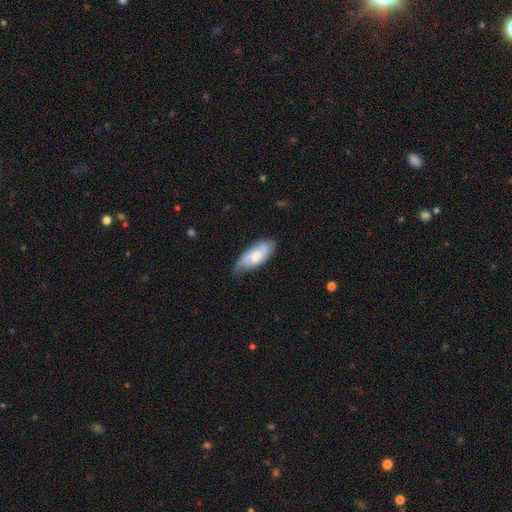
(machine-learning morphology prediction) The model was most divided on "smooth or featured": smooth: 51%, featured or disk: 43%, star or artifact: 6%. More confident: how rounded — in between (81%); merging — none (55%).